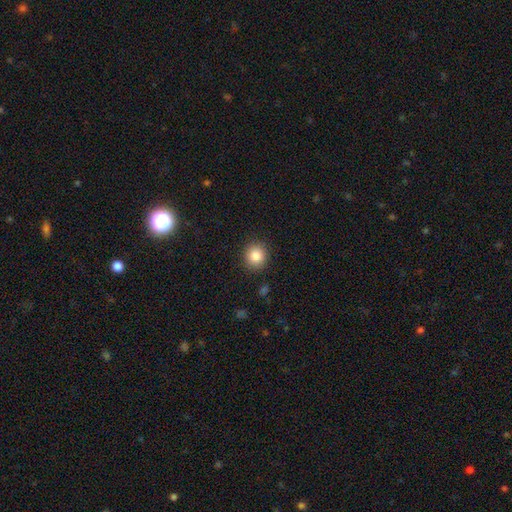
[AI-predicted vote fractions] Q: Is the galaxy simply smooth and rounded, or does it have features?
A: smooth — 86%.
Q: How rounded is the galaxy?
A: round — 90%.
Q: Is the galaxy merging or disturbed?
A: none — 89%.